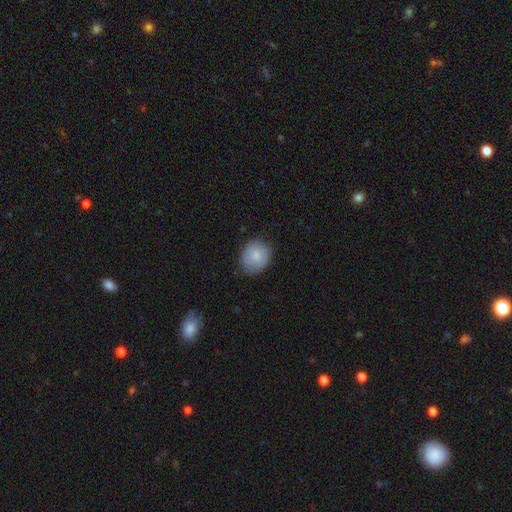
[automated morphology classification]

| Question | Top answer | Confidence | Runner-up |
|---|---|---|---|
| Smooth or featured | smooth | 83% | featured or disk (10%) |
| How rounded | round | 76% | in between (23%) |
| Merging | none | 78% | minor disturbance (18%) |